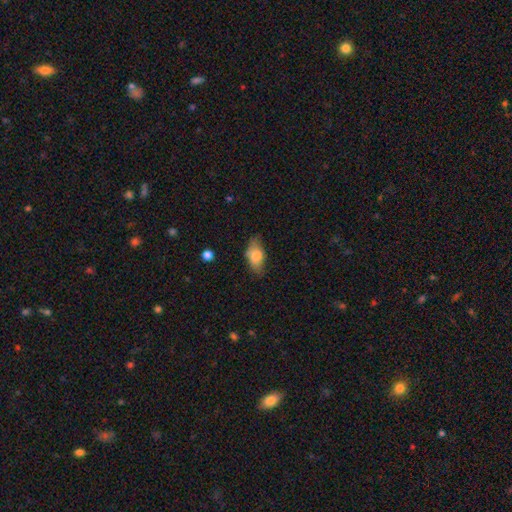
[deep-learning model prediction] Smooth or featured?
  - smooth: 76% *
  - featured or disk: 17%
  - star or artifact: 7%
How rounded?
  - in between: 89% *
  - cigar-shaped: 5%
  - round: 5%
Merging?
  - none: 62% *
  - minor disturbance: 29%
  - major disturbance: 7%
  - merger: 2%